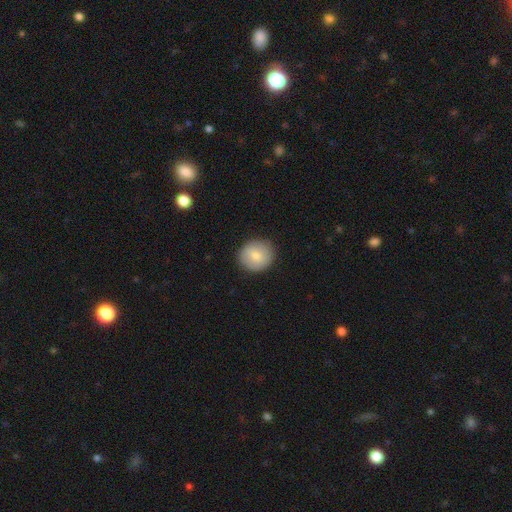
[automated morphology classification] Smooth or featured? Predicted: smooth (p=0.79). How rounded? Predicted: round (p=0.87). Merging? Predicted: none (p=0.88).